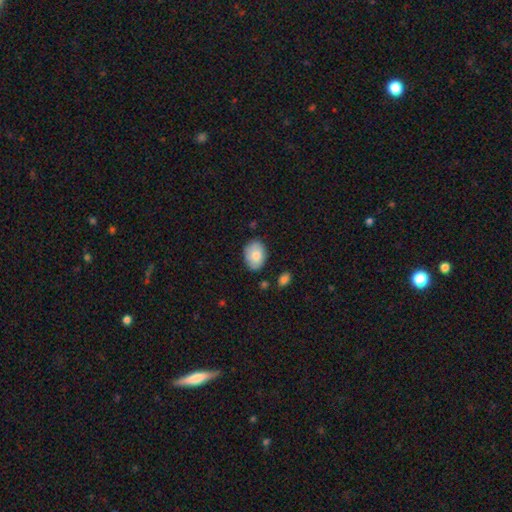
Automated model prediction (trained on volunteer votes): Smooth or featured? smooth (81%)
How rounded? in between (80%)
Merging? none (79%)